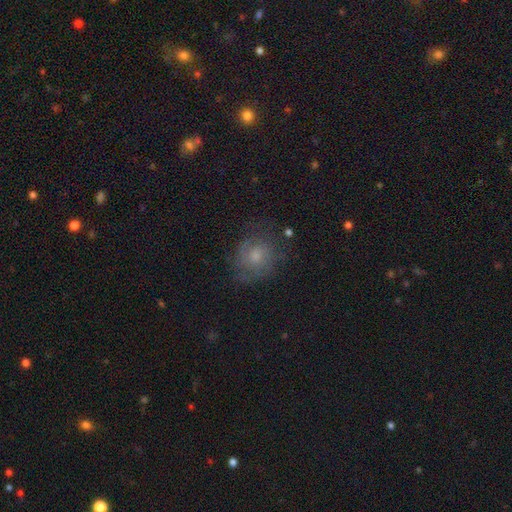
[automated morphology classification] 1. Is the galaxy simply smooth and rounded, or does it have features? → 47% smooth, 39% featured or disk, 14% star or artifact.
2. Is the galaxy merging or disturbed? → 66% none, 21% minor disturbance, 12% major disturbance, 2% merger.